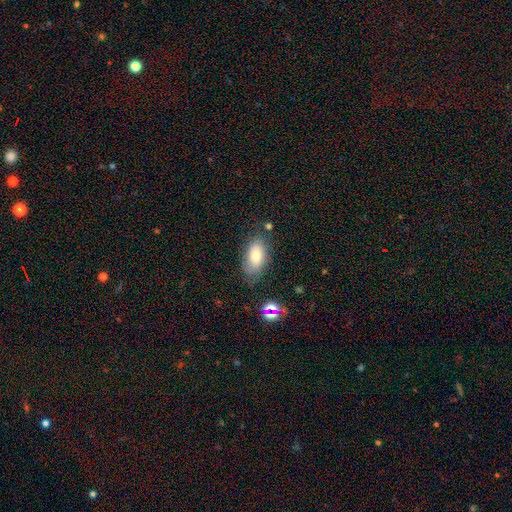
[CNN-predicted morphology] smooth 73%, featured or disk 18%, star or artifact 9%. Down the decision tree: how rounded — in between (91%); merging — none (70%).